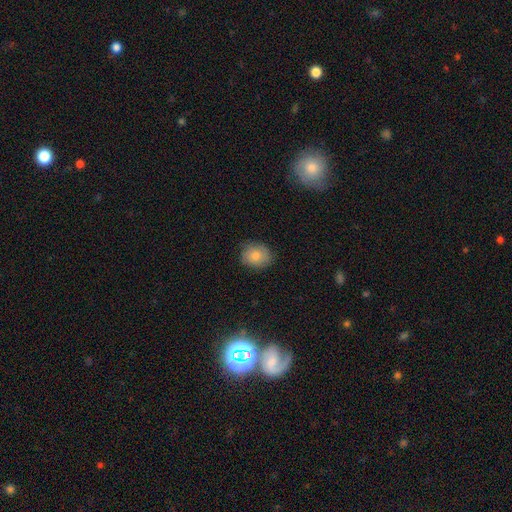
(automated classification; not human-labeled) Smooth or featured? smooth (80%)
How rounded? round (62%)
Merging? none (80%)